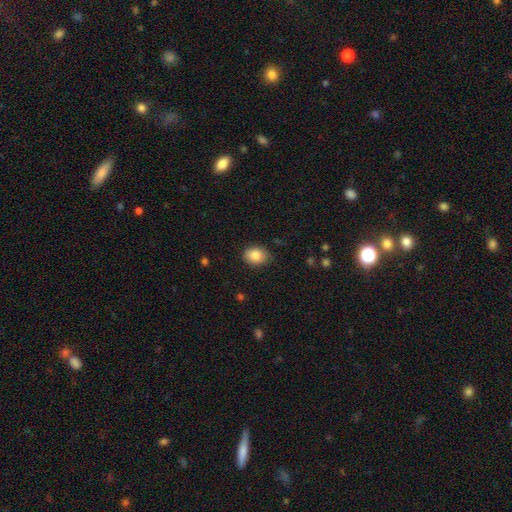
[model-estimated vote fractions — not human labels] This is clearly a smooth galaxy (85%). How rounded: possibly in between (59%). Merging: clearly none (81%).